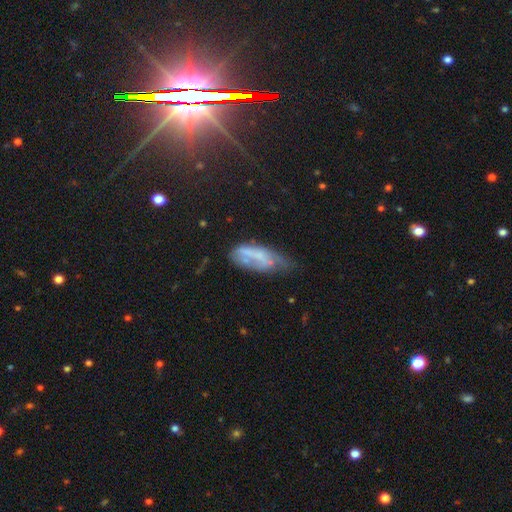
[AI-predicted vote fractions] The model was most divided on "merging": minor disturbance: 37%, none: 31%, major disturbance: 25%, merger: 7%. Remaining: smooth or featured — smooth (47%).